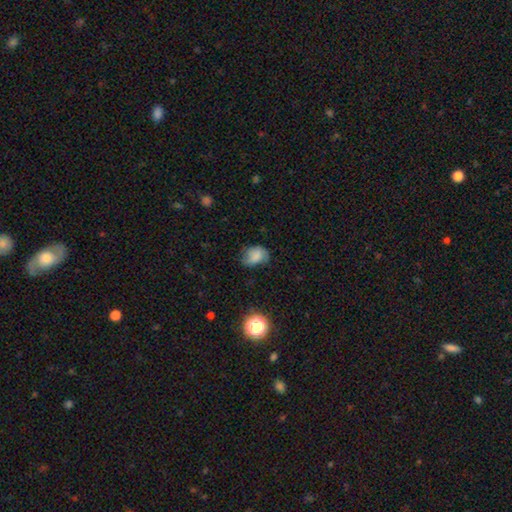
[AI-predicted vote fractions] Smooth or featured?
  - smooth: 74% *
  - featured or disk: 15%
  - star or artifact: 11%
How rounded?
  - in between: 66% *
  - round: 32%
  - cigar-shaped: 1%
Merging?
  - none: 54% *
  - minor disturbance: 32%
  - major disturbance: 12%
  - merger: 2%